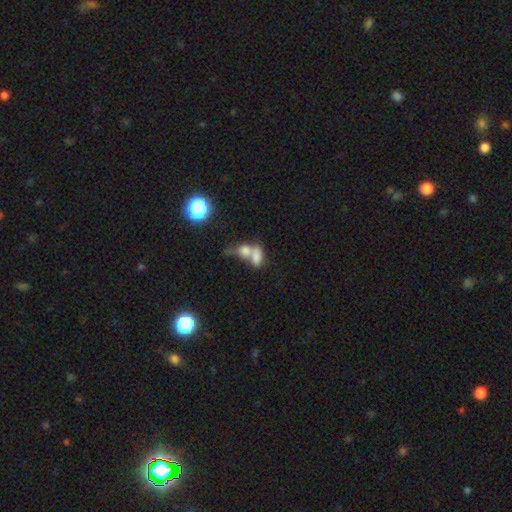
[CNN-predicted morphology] Smooth or featured: smooth — 71% (featured or disk — 17%)
How rounded: in between — 79% (round — 15%)
Merging: merger — 72% (none — 15%)